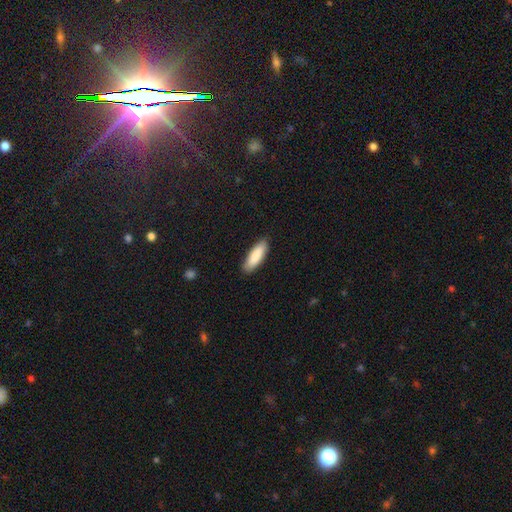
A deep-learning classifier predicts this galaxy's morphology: Overall: smooth (87%). How rounded: in between (56%; cigar-shaped 42%). Merging: none (86%).